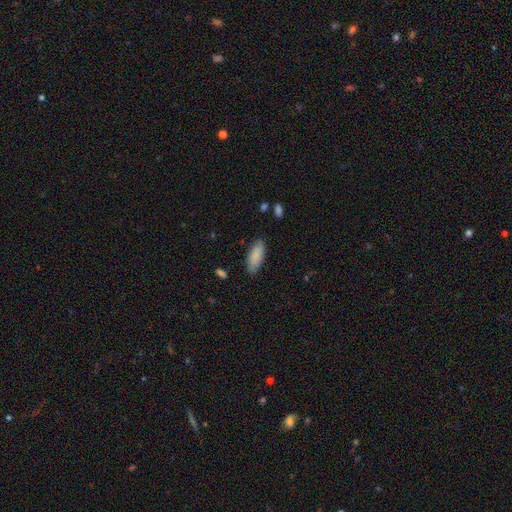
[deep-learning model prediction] Morphology: type=smooth (88%); roundness=in between (78%); merging=none (84%).